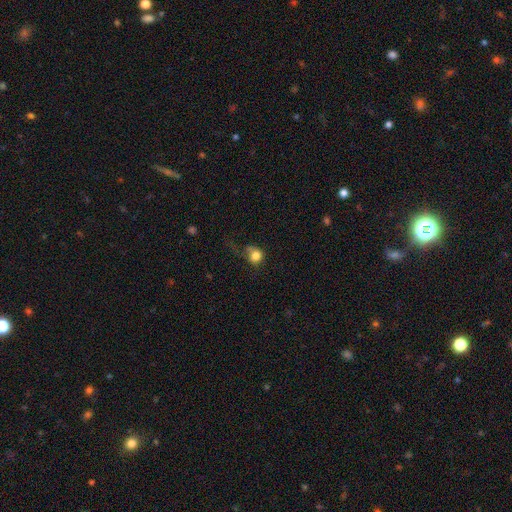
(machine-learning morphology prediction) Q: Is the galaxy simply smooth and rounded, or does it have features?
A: smooth — 80%.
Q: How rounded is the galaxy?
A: round — 77%.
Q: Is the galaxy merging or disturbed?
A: none — 36%.